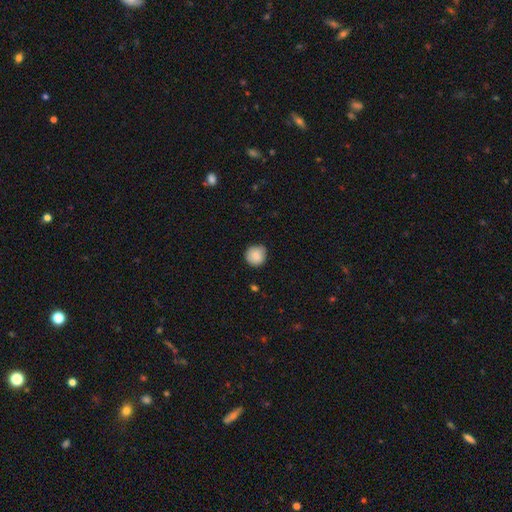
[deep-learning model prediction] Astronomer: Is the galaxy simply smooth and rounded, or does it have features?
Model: smooth — 86%.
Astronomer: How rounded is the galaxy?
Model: round — 92%.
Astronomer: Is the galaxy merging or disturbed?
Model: none — 79%.